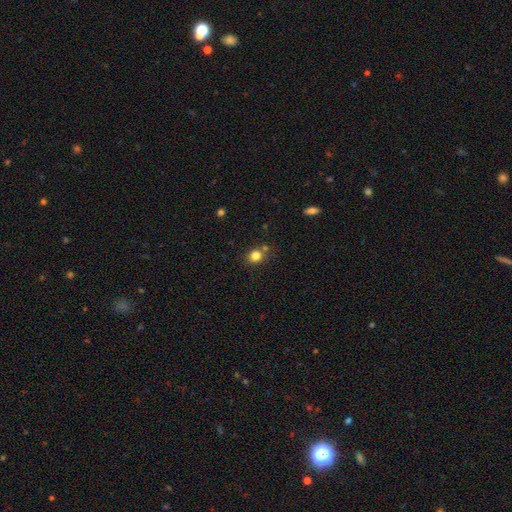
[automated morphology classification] smooth_or_featured: smooth (p=0.81) [alt: star or artifact p=0.12]
how_rounded: round (p=0.77) [alt: in between p=0.22]
merging: none (p=0.70) [alt: merger p=0.13]